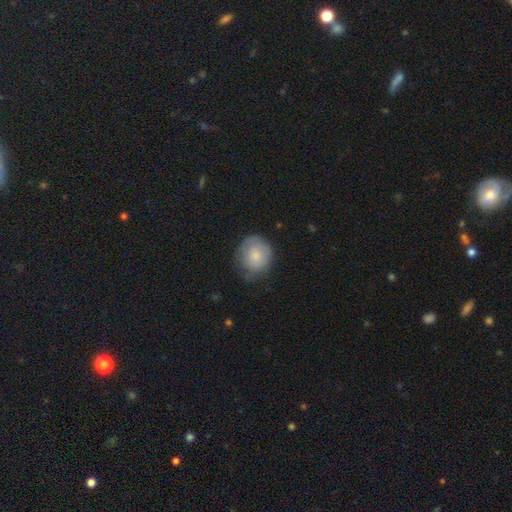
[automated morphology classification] This is likely a smooth galaxy (74%). How rounded: likely round (77%). Merging: likely none (62%).